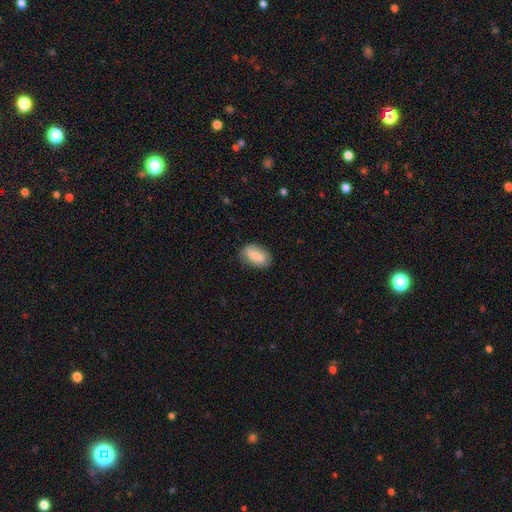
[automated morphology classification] smooth-or-featured: smooth: 77% | featured or disk: 16% | star or artifact: 7%
  how-rounded: in between: 91% | round: 6% | cigar-shaped: 3%
  merging: none: 75% | minor disturbance: 20% | major disturbance: 5% | merger: 1%